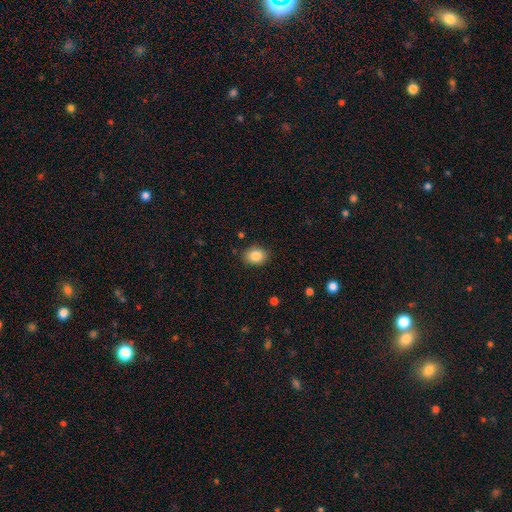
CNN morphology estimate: A smooth galaxy with no disk features (85%) that is in between round and cigar-shaped (57%). Merging: none (87%).